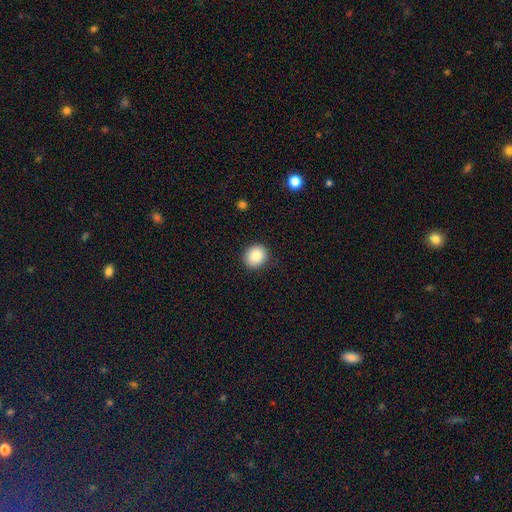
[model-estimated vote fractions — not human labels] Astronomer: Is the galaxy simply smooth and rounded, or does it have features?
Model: smooth — 86%.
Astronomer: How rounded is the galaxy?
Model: round — 73%.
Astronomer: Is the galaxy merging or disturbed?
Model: none — 89%.